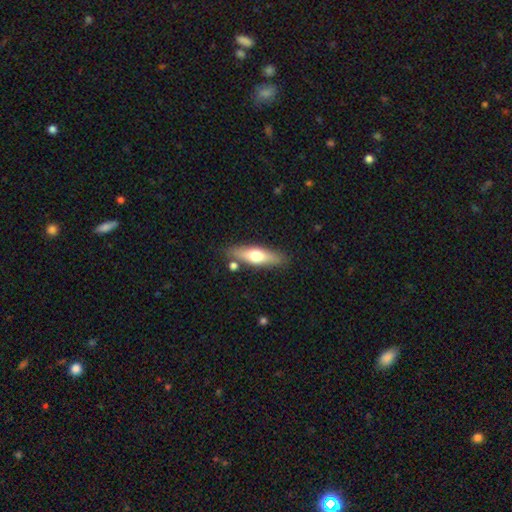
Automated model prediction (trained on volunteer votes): Smooth or featured? Predicted: smooth (p=0.54). How rounded? Predicted: cigar-shaped (p=0.64). Merging? Predicted: none (p=0.82).